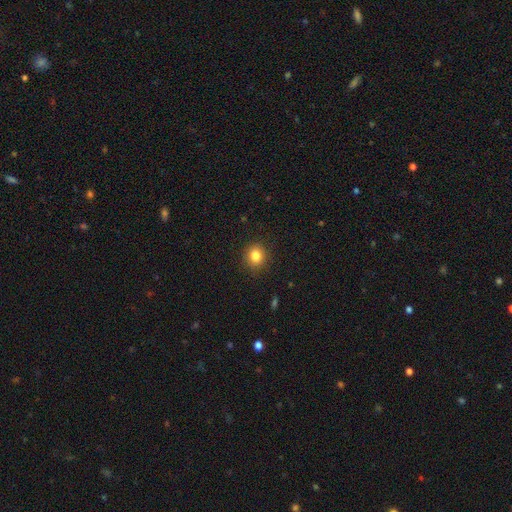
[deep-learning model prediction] Q: Smooth or featured?
A: smooth (83%); runner-up: star or artifact (11%)
Q: How rounded?
A: round (80%); runner-up: in between (19%)
Q: Merging?
A: none (90%); runner-up: minor disturbance (7%)